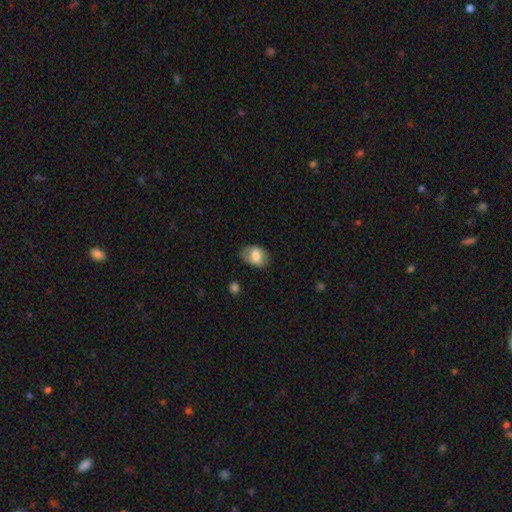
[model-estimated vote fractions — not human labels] Smooth or featured? smooth (74%)
How rounded? in between (76%)
Merging? none (68%)